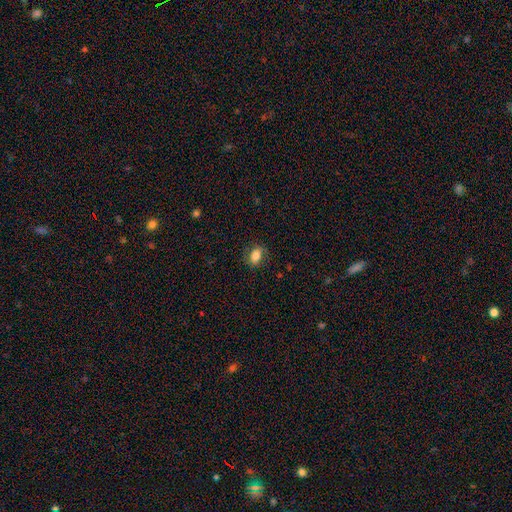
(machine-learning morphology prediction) Smooth or featured: smooth — 77% (featured or disk — 14%)
How rounded: in between — 80% (round — 18%)
Merging: none — 78% (minor disturbance — 16%)